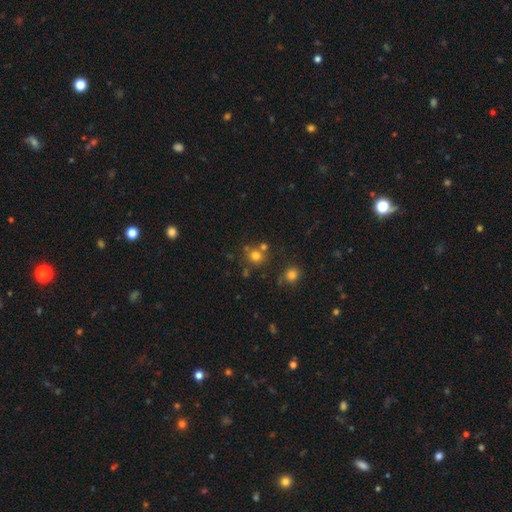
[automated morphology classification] Smooth or featured: smooth — 73% (star or artifact — 17%)
How rounded: round — 87% (in between — 12%)
Merging: none — 63% (merger — 21%)